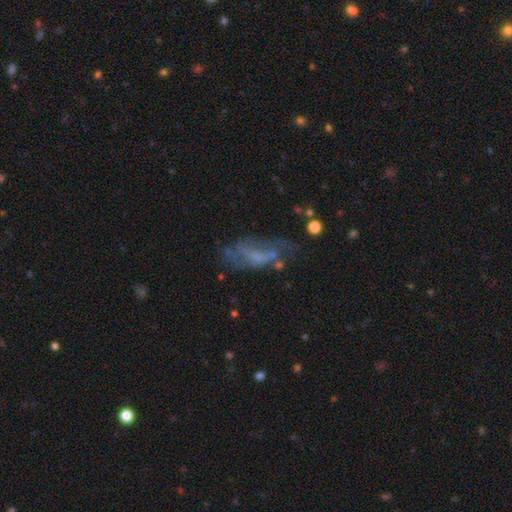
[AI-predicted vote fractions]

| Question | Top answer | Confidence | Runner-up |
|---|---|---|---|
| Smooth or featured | featured or disk | 56% | smooth (31%) |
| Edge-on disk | no | 89% | yes (11%) |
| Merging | none | 39% | major disturbance (30%) |